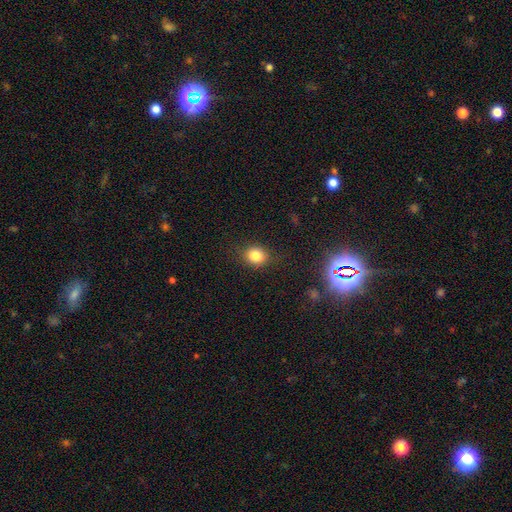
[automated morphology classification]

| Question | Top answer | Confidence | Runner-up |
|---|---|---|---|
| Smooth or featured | smooth | 82% | star or artifact (12%) |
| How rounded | round | 72% | in between (27%) |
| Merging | none | 84% | minor disturbance (11%) |